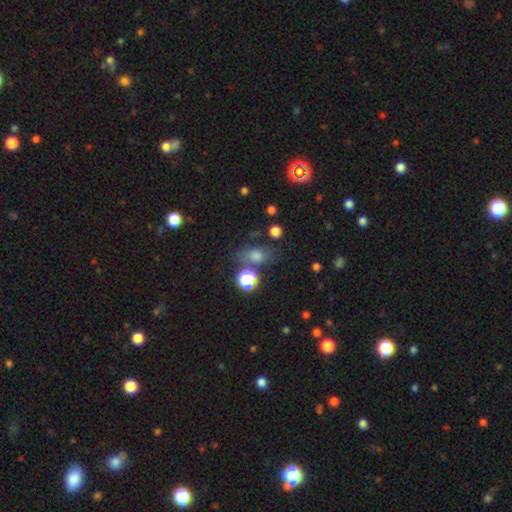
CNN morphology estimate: Smooth or featured? smooth (63%)
How rounded? in between (60%)
Merging? none (66%)